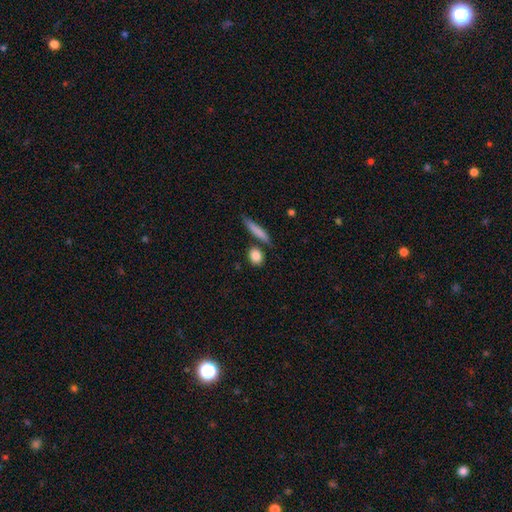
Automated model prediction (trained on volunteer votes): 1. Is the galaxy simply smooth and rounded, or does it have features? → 85% smooth, 8% featured or disk, 7% star or artifact.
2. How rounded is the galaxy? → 51% round, 37% in between, 12% cigar-shaped.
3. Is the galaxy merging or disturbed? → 76% none, 11% minor disturbance, 10% merger, 3% major disturbance.